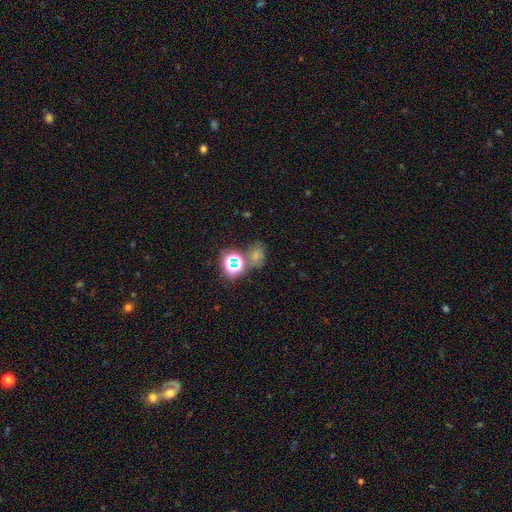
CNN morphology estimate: This appears to be a smooth galaxy with no disk features (50%). Merging: none (57%).